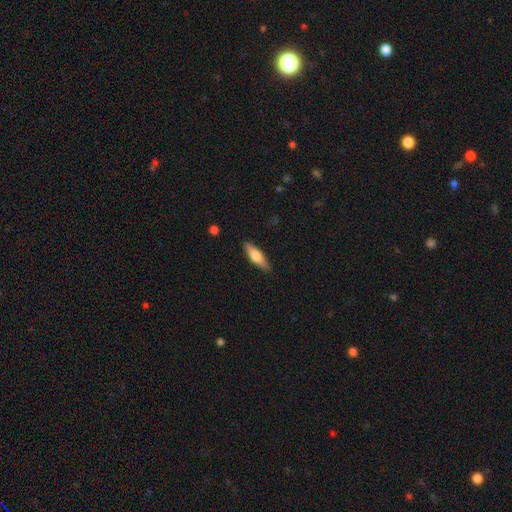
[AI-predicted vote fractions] smooth-or-featured: smooth: 58% | featured or disk: 37% | star or artifact: 6%
  how-rounded: cigar-shaped: 57% | in between: 41% | round: 2%
  merging: none: 87% | minor disturbance: 10% | major disturbance: 2% | merger: 1%